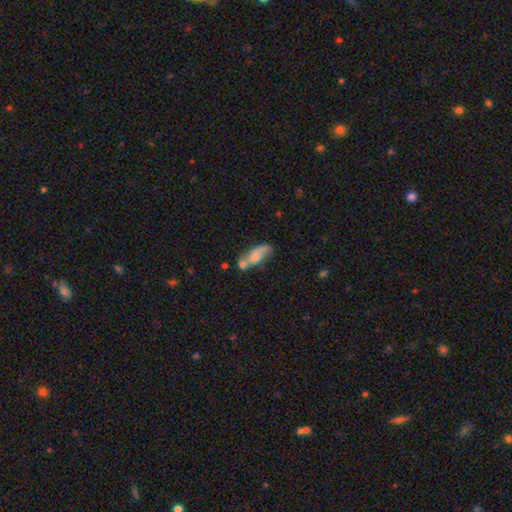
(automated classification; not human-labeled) This appears to be a smooth galaxy with no disk features (52%) that is in between round and cigar-shaped (76%). Merging: merger (35%).